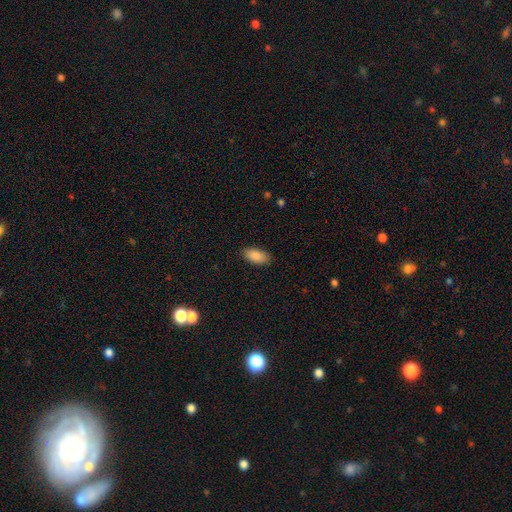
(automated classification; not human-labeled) Overall: smooth (88%). How rounded: in between (92%). Merging: none (87%).